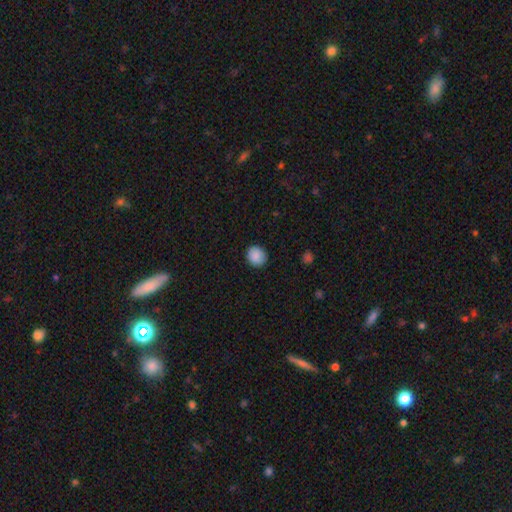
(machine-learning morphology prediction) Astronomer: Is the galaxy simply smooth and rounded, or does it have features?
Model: smooth — 88%.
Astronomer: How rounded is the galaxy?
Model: round — 80%.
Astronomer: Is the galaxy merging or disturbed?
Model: none — 88%.